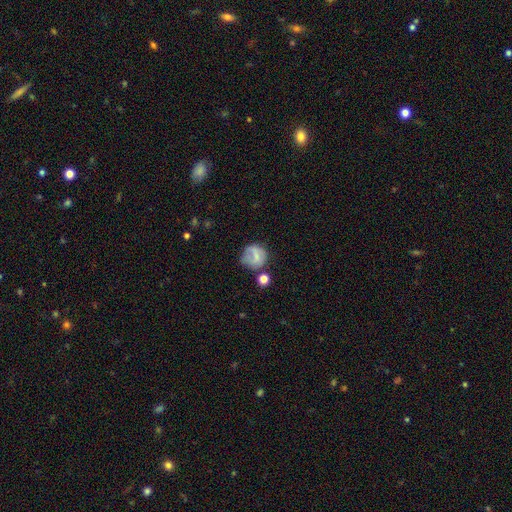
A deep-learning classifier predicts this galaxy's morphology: smooth 63%, featured or disk 25%, star or artifact 11%. Down the decision tree: how rounded — round (80%); merging — none (49%).